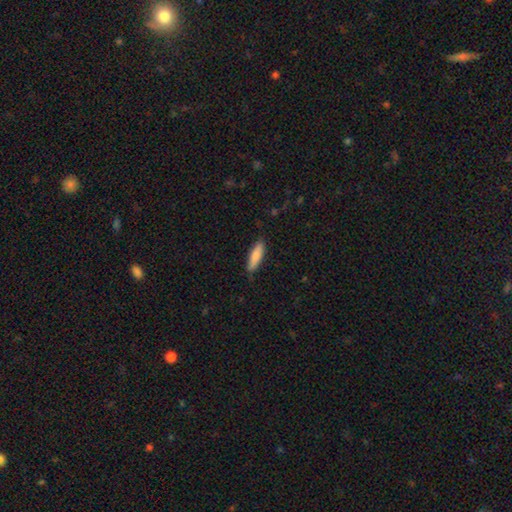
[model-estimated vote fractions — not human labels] smooth_or_featured: smooth (p=0.85) [alt: featured or disk p=0.10]
how_rounded: cigar-shaped (p=0.63) [alt: in between p=0.36]
merging: none (p=0.83) [alt: minor disturbance p=0.14]